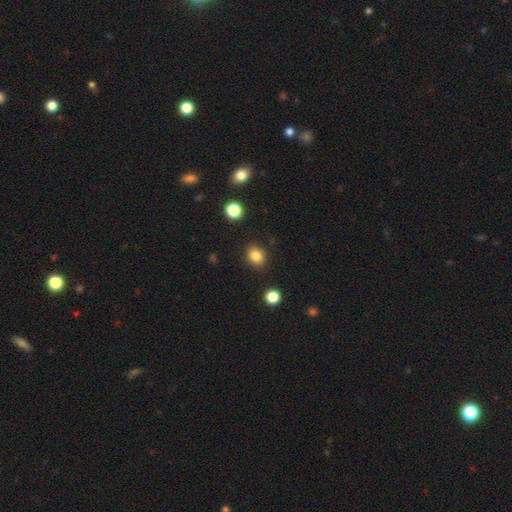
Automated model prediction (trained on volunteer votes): Morphology: type=smooth (84%); roundness=round (68%); merging=none (89%).